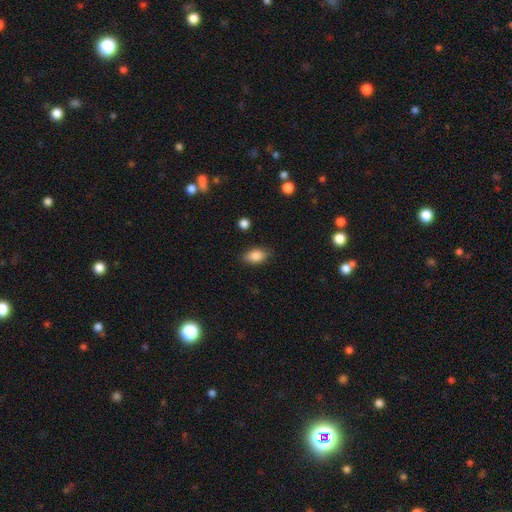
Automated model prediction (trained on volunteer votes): Q: Smooth or featured?
A: smooth (84%); runner-up: star or artifact (8%)
Q: How rounded?
A: in between (86%); runner-up: round (10%)
Q: Merging?
A: none (83%); runner-up: minor disturbance (13%)